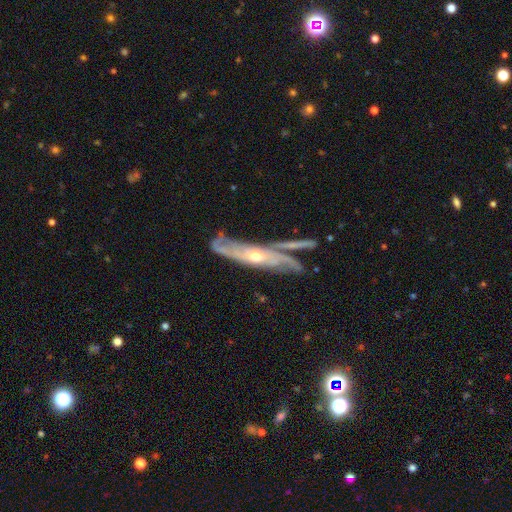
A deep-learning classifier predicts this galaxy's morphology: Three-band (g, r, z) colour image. It shows a featured or disk galaxy (80%). Merging: none (53%).